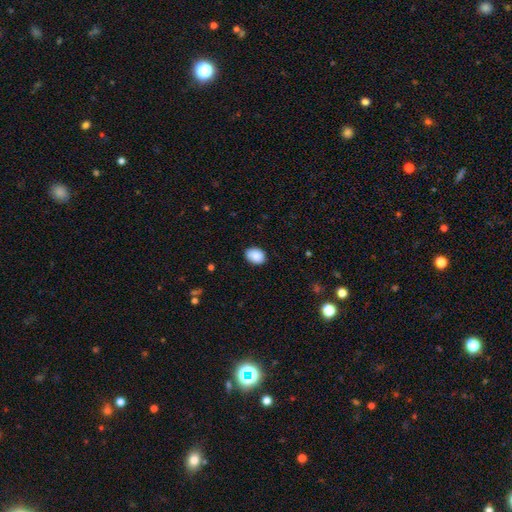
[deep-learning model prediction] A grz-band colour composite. It shows a smooth galaxy with no disk features (89%) that is in between round and cigar-shaped (67%). Merging: none (85%).